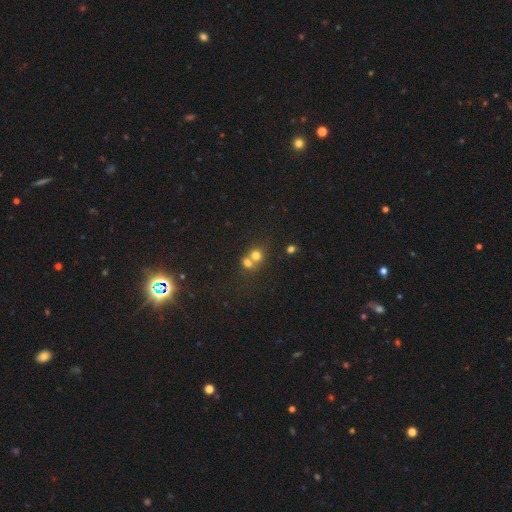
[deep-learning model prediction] Smooth or featured: smooth — 72% (star or artifact — 14%)
How rounded: round — 77% (in between — 22%)
Merging: merger — 62% (none — 30%)